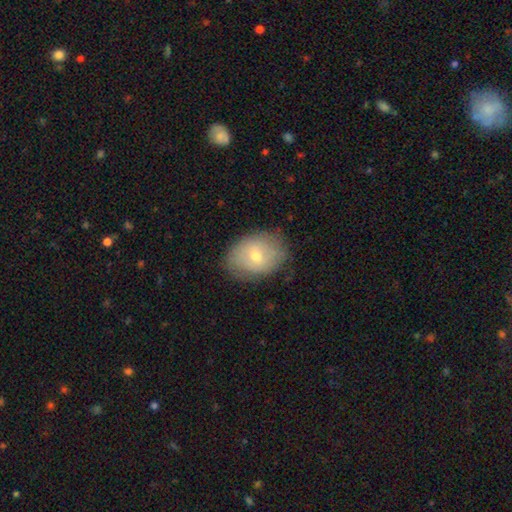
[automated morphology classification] Smooth or featured? smooth (58%)
How rounded? in between (70%)
Merging? none (78%)